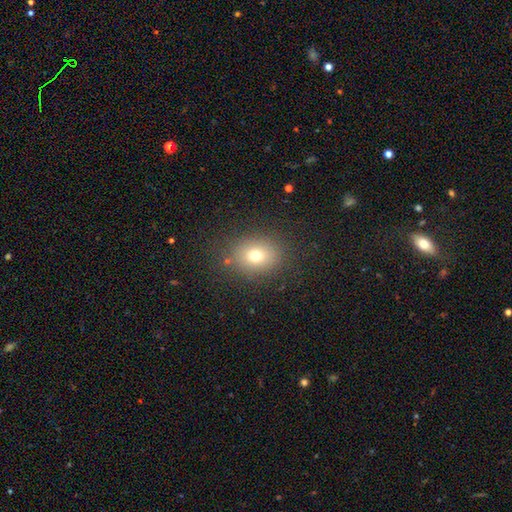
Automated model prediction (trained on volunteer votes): A smooth galaxy with no disk features (73%) that is round (55%). Merging: none (84%).